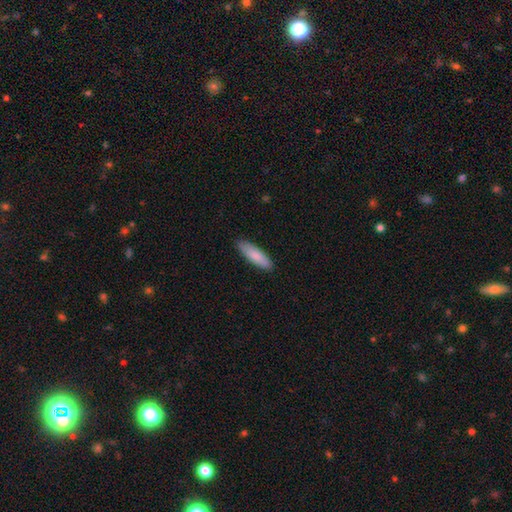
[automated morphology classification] Smooth or featured?
  - smooth: 85% *
  - featured or disk: 10%
  - star or artifact: 5%
How rounded?
  - cigar-shaped: 53% *
  - in between: 45%
  - round: 1%
Merging?
  - none: 88% *
  - minor disturbance: 9%
  - major disturbance: 2%
  - merger: 1%